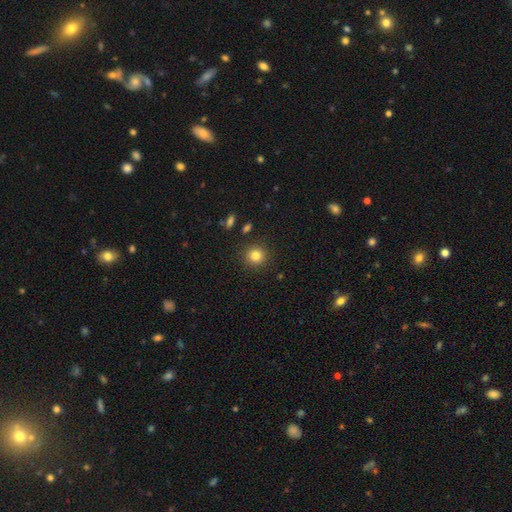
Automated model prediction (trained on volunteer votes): Overall: smooth (83%). How rounded: round (91%). Merging: none (89%).